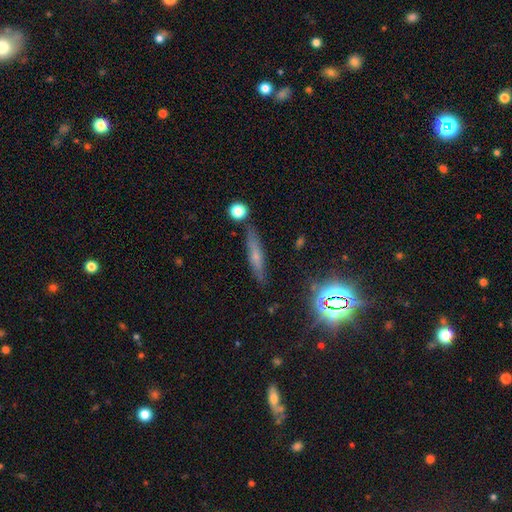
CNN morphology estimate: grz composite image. It shows a smooth galaxy with no disk features (47%). Merging: none (82%).